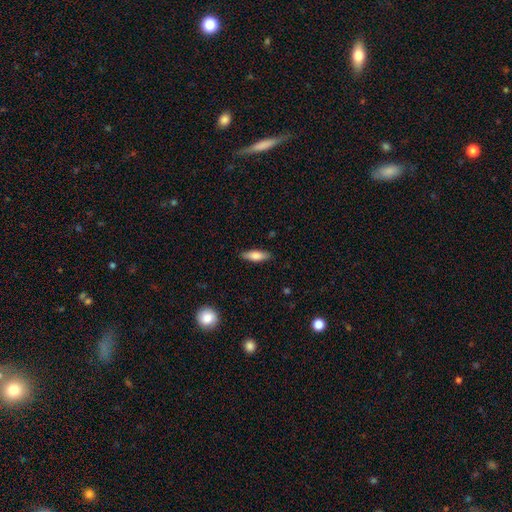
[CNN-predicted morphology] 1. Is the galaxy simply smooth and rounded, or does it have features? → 78% smooth, 16% featured or disk, 6% star or artifact.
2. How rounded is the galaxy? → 52% in between, 46% cigar-shaped, 2% round.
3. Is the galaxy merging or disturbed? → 87% none, 10% minor disturbance, 2% major disturbance, 1% merger.